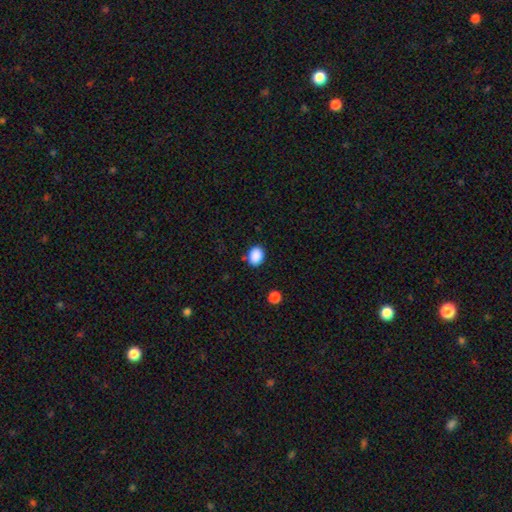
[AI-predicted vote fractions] Morphology: type=smooth (89%); roundness=in between (59%); merging=none (82%).